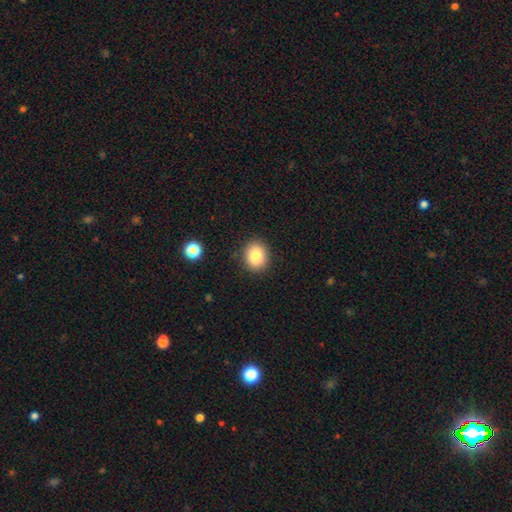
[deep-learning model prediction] smooth 83%, star or artifact 10%, featured or disk 8%. Down the decision tree: how rounded — round (62%); merging — none (88%).